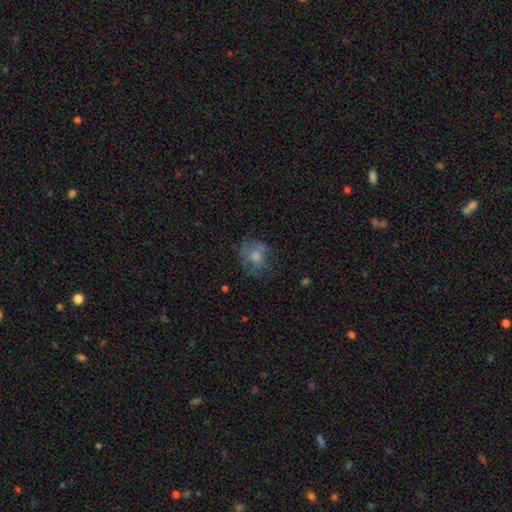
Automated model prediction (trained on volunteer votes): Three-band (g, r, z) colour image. It shows a smooth galaxy with no disk features (48%). Merging: none (62%).